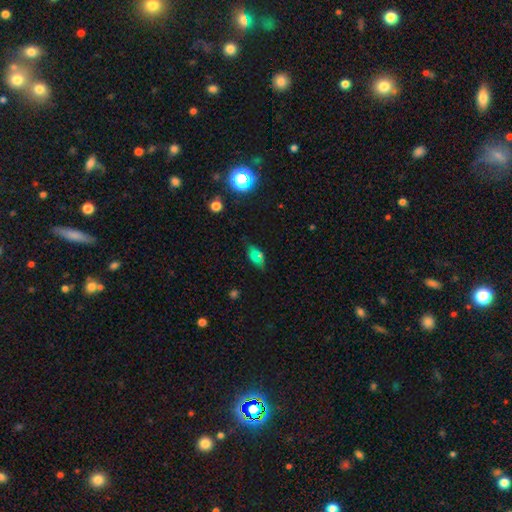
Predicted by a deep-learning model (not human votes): Morphology: type=smooth (58%); roundness=in between (85%); merging=none (72%).